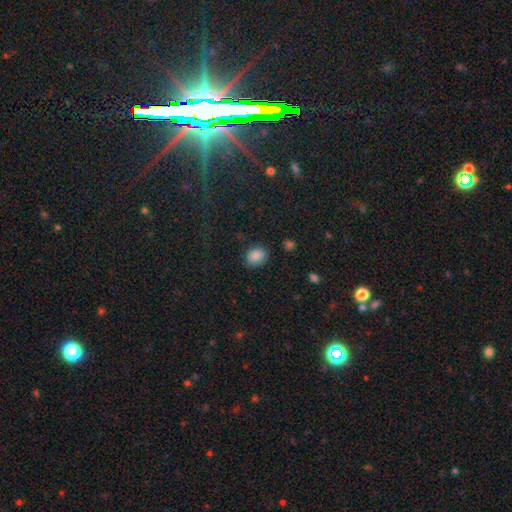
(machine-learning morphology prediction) Q: Smooth or featured?
A: smooth (86%); runner-up: star or artifact (10%)
Q: How rounded?
A: in between (59%); runner-up: round (40%)
Q: Merging?
A: none (81%); runner-up: minor disturbance (14%)